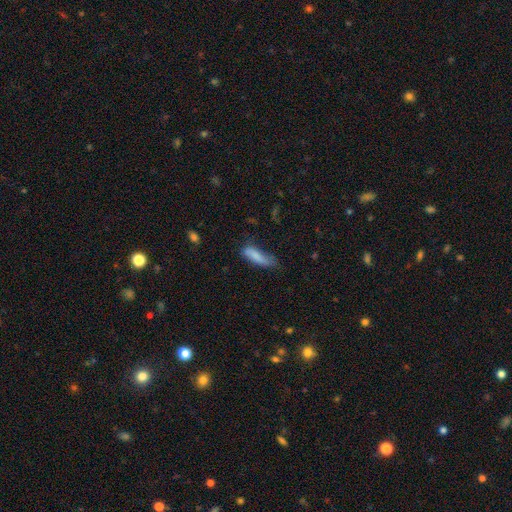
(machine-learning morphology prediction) Smooth or featured? Predicted: smooth (p=0.80). How rounded? Predicted: cigar-shaped (p=0.59). Merging? Predicted: none (p=0.46).